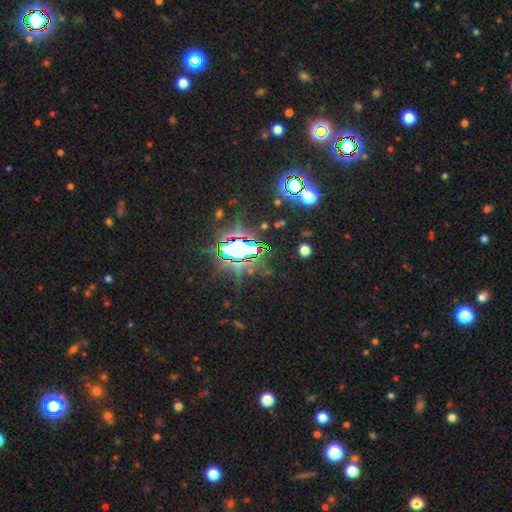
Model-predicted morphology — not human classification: Smooth or featured? star or artifact (83%)